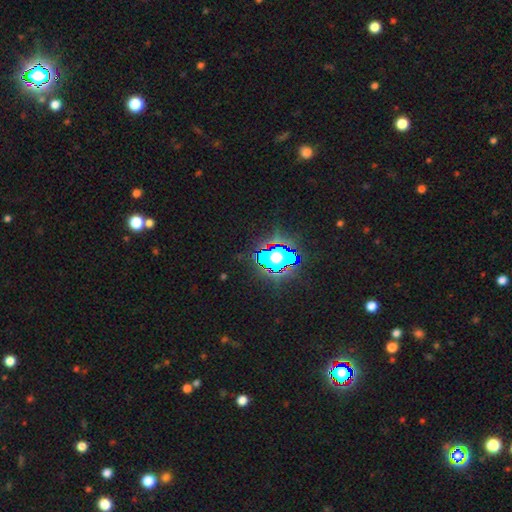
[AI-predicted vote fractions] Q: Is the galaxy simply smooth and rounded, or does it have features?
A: star or artifact — 78%.